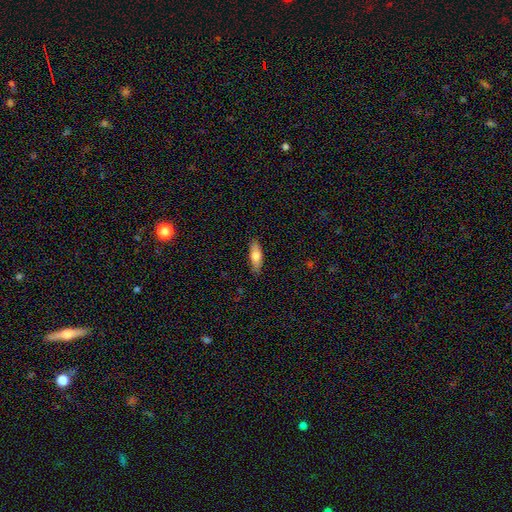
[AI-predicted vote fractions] A smooth galaxy with no disk features (74%) that is in between round and cigar-shaped (62%). Merging: none (85%).